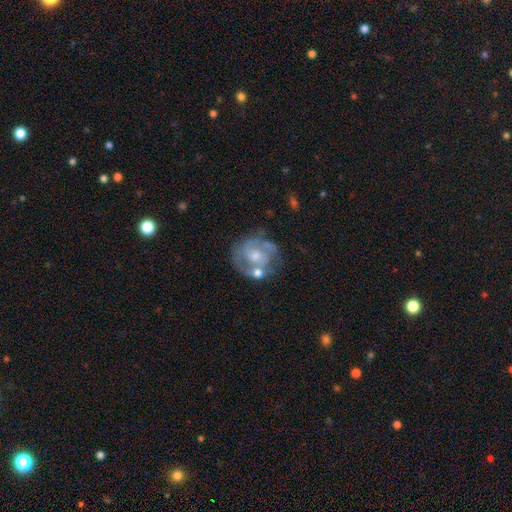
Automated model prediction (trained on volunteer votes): This is likely a featured or disk galaxy (74%). It is clearly not viewed edge-on (97%). Bar: likely no (65%). Spiral arm pattern: likely yes (75%). Spiral arm count: possibly 2 (52%). Spiral winding: possibly tight (49%). Central bulge: possibly moderate (55%). Merging: possibly none (55%).